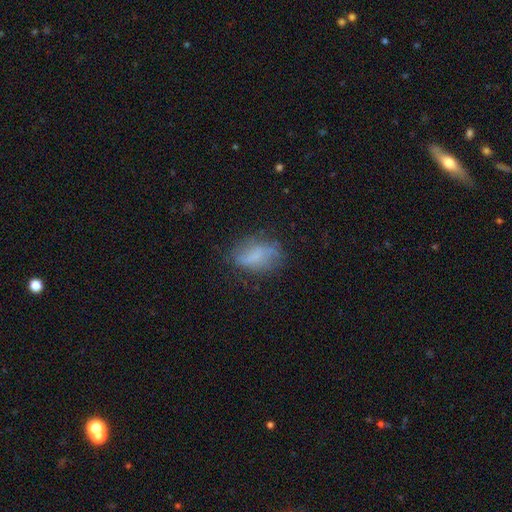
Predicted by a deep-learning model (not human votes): Smooth or featured? smooth (61%)
How rounded? in between (83%)
Merging? none (60%)